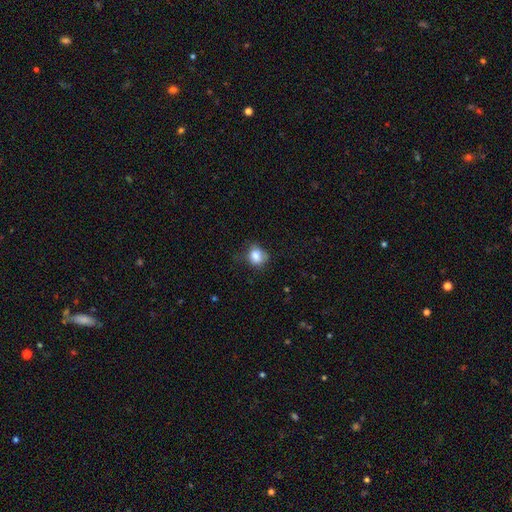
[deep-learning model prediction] This is clearly a smooth galaxy (81%). How rounded: likely round (60%). Merging: possibly none (53%).